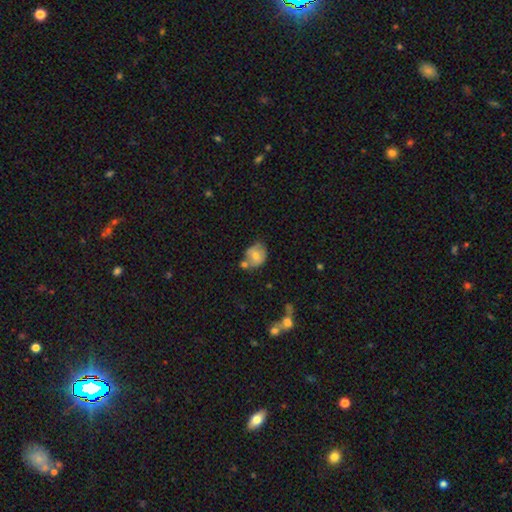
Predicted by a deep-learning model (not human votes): Smooth or featured?
  - smooth: 63% *
  - featured or disk: 28%
  - star or artifact: 8%
How rounded?
  - round: 54% *
  - in between: 46%
  - cigar-shaped: 1%
Merging?
  - none: 44% *
  - minor disturbance: 25%
  - merger: 24%
  - major disturbance: 7%